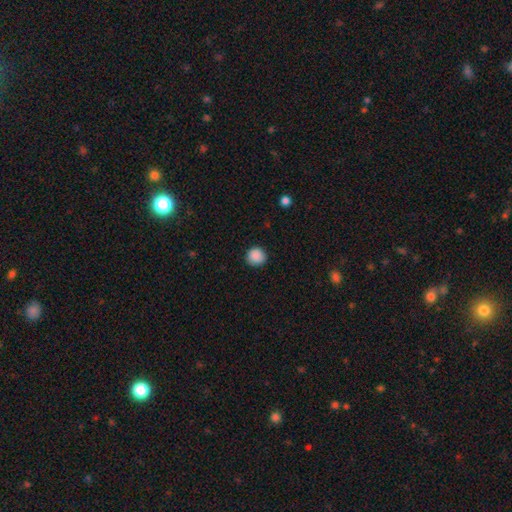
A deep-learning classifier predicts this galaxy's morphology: Smooth or featured? smooth (88%)
How rounded? round (92%)
Merging? none (90%)